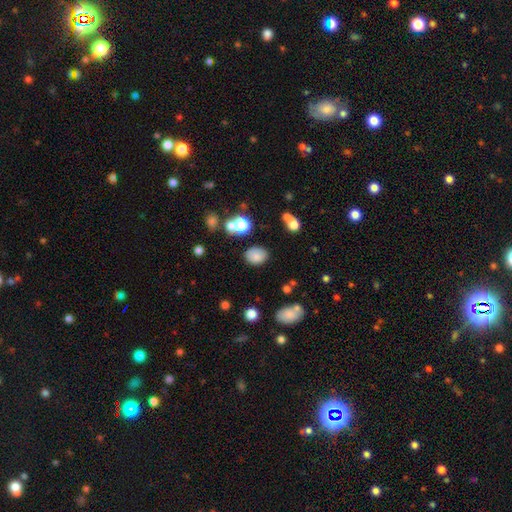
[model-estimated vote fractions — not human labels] Smooth or featured? smooth (79%)
How rounded? in between (66%)
Merging? none (76%)